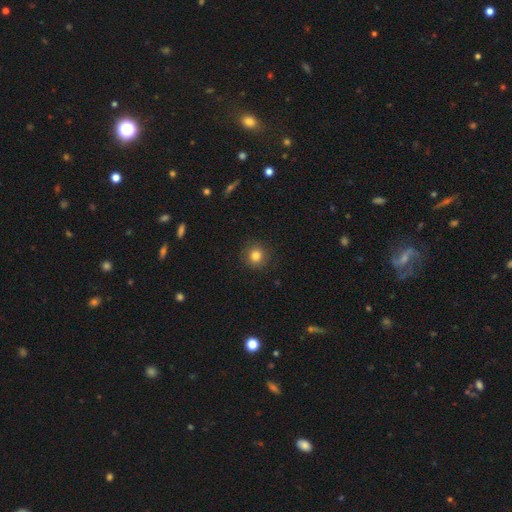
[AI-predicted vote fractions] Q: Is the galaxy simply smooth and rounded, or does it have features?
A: smooth — 83%.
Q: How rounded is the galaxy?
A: round — 91%.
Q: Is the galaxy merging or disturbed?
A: none — 88%.